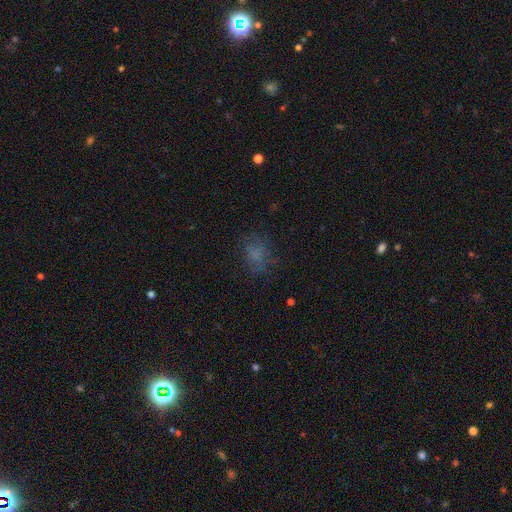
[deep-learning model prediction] A smooth galaxy with no disk features (64%) that is in between round and cigar-shaped (51%). Merging: none (70%).